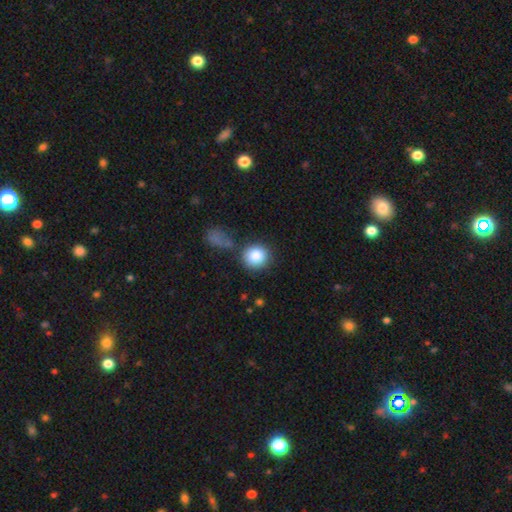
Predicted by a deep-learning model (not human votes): This is clearly a smooth galaxy (85%). How rounded: clearly round (89%). Merging: likely none (72%).